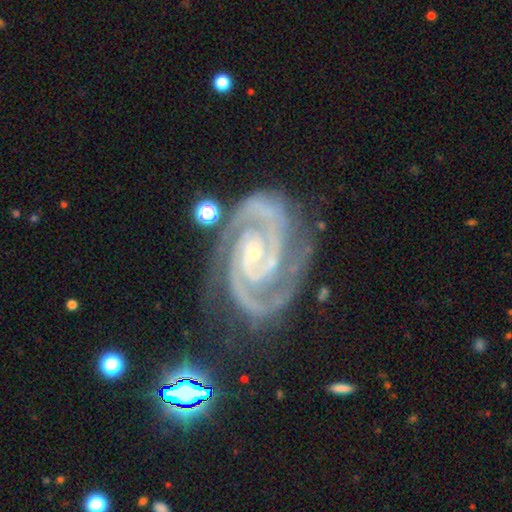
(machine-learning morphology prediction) smooth-or-featured: featured or disk: 93% | star or artifact: 5% | smooth: 2%
  disk-edge-on: no: 98% | yes: 2%
    bar: no: 56% | weak: 28% | strong: 16%
    has-spiral-arms: yes: 99% | no: 1%
      spiral-winding: tight: 65% | medium: 32% | loose: 3%
      spiral-arm-count: 2: 85% | 3: 8% | can't tell: 2% | 4: 2% | 1: 2% | more than 4: 2%
    bulge-size: small: 80% | moderate: 16% | none: 2% | large: 1% | dominant: 1%
  merging: none: 73% | minor disturbance: 18% | major disturbance: 6% | merger: 3%